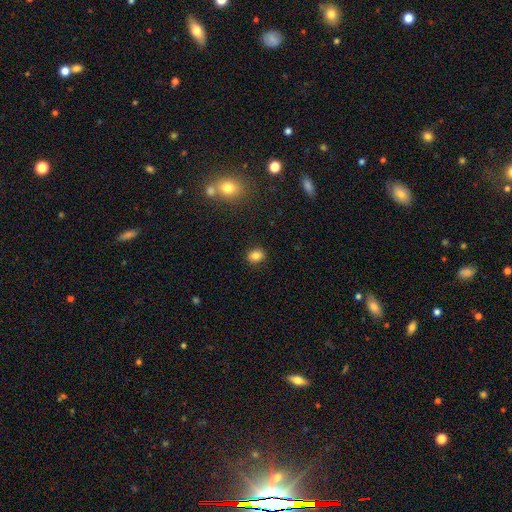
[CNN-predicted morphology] A smooth galaxy with no disk features (83%) that is in between round and cigar-shaped (55%).

Vote fractions:
- Smooth or featured? smooth: 83% / star or artifact: 11% / featured or disk: 5%
- How rounded? in between: 55% / round: 44% / cigar-shaped: 1%
- Merging? none: 88% / minor disturbance: 8% / major disturbance: 2% / merger: 2%